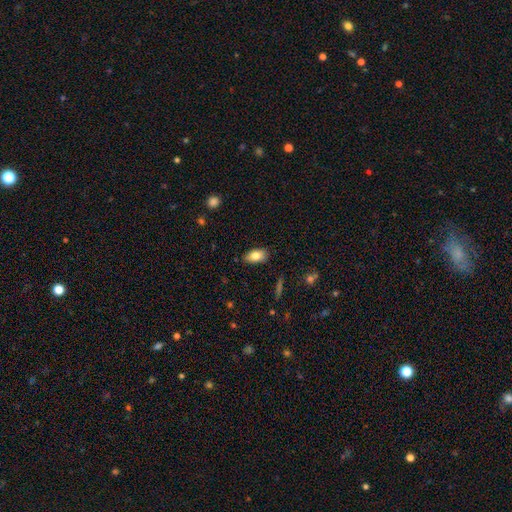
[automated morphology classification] Smooth or featured?
  - smooth: 81% *
  - featured or disk: 11%
  - star or artifact: 8%
How rounded?
  - in between: 92% *
  - round: 5%
  - cigar-shaped: 3%
Merging?
  - none: 85% *
  - minor disturbance: 12%
  - major disturbance: 2%
  - merger: 1%